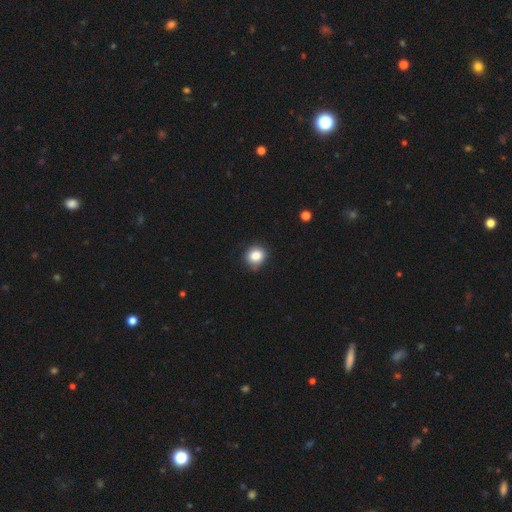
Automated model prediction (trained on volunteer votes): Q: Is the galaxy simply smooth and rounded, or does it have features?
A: smooth — 84%.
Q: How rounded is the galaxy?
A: round — 77%.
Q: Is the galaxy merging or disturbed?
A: none — 74%.